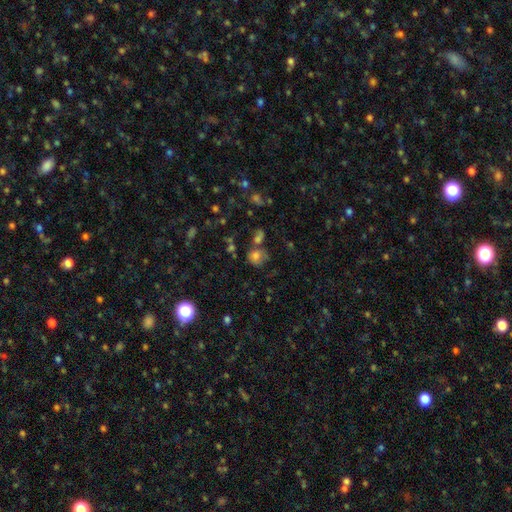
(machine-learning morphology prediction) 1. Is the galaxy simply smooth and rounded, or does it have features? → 70% smooth, 15% star or artifact, 14% featured or disk.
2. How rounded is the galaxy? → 72% round, 27% in between, 1% cigar-shaped.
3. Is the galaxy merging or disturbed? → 46% none, 24% merger, 18% minor disturbance, 11% major disturbance.